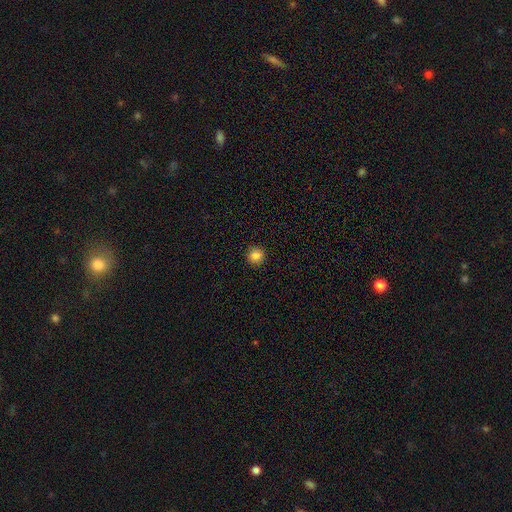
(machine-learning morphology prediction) This is clearly a smooth galaxy (84%). How rounded: clearly round (94%). Merging: clearly none (93%).